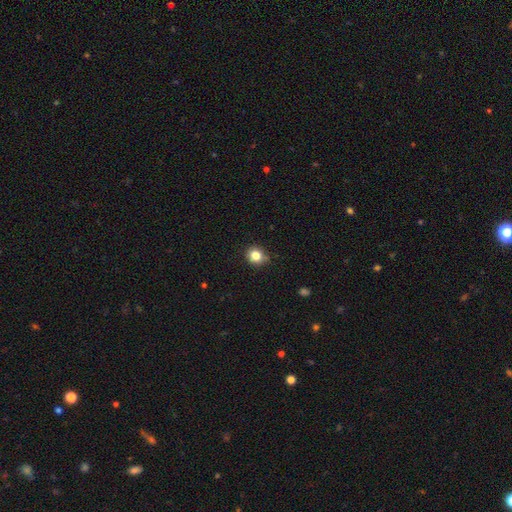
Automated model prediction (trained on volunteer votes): A smooth galaxy with no disk features (82%) that is round (80%).

Vote fractions:
- Smooth or featured? smooth: 82% / star or artifact: 11% / featured or disk: 6%
- How rounded? round: 80% / in between: 19% / cigar-shaped: 1%
- Merging? none: 82% / minor disturbance: 14% / major disturbance: 2% / merger: 1%